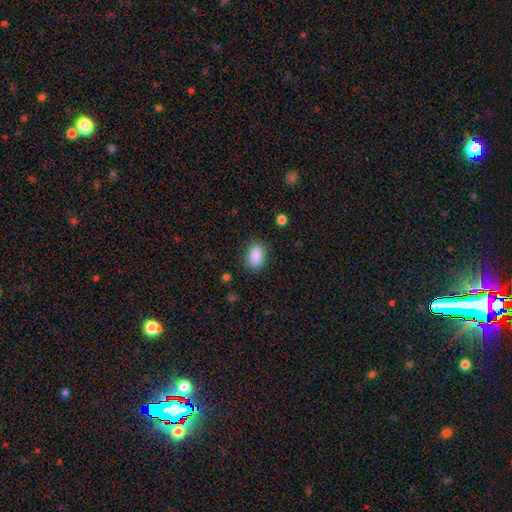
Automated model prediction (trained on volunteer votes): Overall: smooth (88%). How rounded: in between (82%). Merging: none (82%).